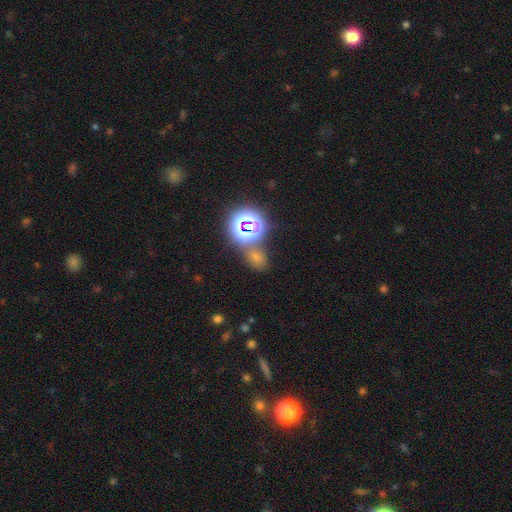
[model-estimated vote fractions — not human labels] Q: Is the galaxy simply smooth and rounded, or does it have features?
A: smooth — 47%.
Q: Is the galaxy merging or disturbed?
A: none — 61%.